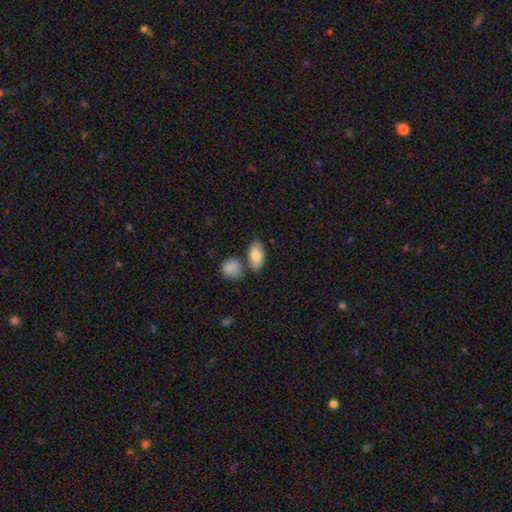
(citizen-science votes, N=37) smooth_or_featured: smooth (p=0.81) [alt: featured or disk p=0.14]
how_rounded: in between (p=0.97) [alt: round p=0.03]
merging: none (p=0.60) [alt: merger p=0.20]